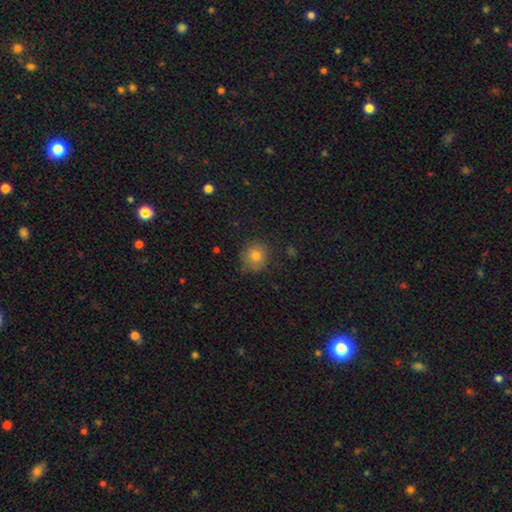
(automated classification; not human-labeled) Q: Smooth or featured?
A: smooth (79%); runner-up: star or artifact (12%)
Q: How rounded?
A: round (89%); runner-up: in between (10%)
Q: Merging?
A: none (80%); runner-up: minor disturbance (15%)